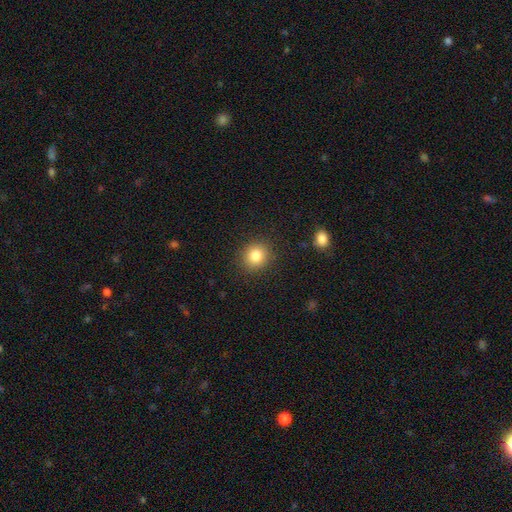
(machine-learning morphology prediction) A smooth galaxy with no disk features (82%) that is round (84%).

Vote fractions:
- Smooth or featured? smooth: 82% / star or artifact: 11% / featured or disk: 7%
- How rounded? round: 84% / in between: 15% / cigar-shaped: 1%
- Merging? none: 89% / minor disturbance: 7% / major disturbance: 2% / merger: 1%